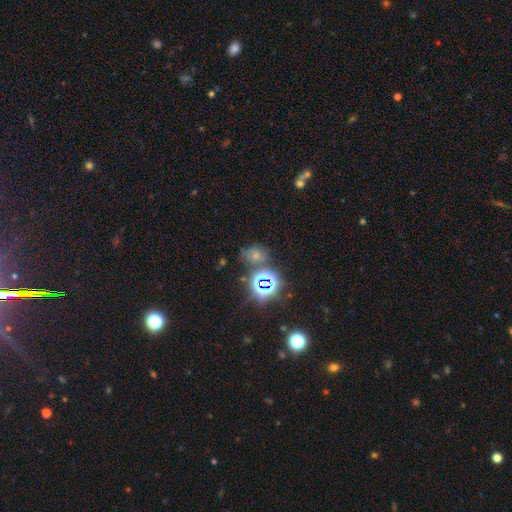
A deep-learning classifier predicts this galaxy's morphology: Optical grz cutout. It shows a smooth galaxy with no disk features (44%, tied with star or artifact). Merging: none (62%).